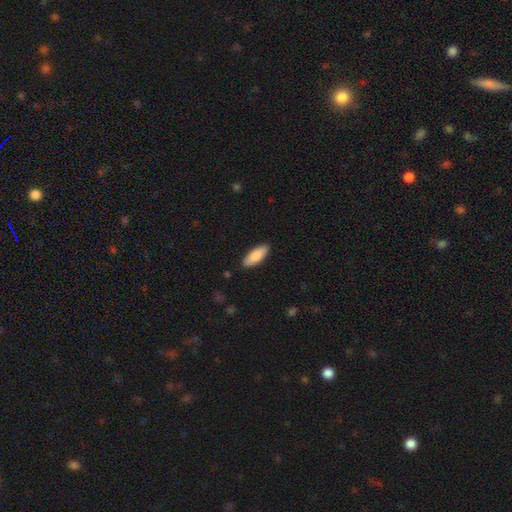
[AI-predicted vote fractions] Overall: smooth (84%). How rounded: in between (74%). Merging: none (89%).